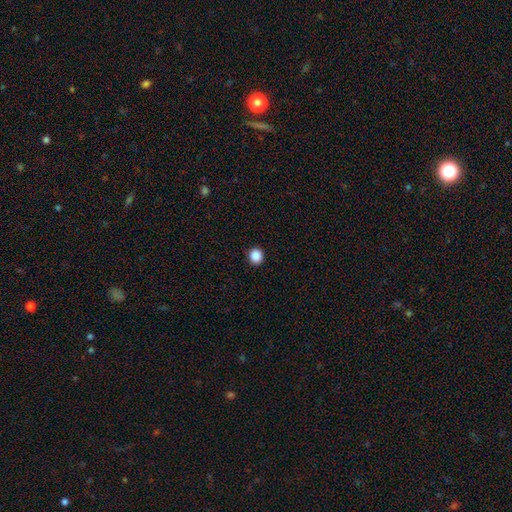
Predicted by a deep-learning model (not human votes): smooth-or-featured: smooth: 88% | star or artifact: 10% | featured or disk: 3%
  how-rounded: round: 89% | in between: 10% | cigar-shaped: 1%
  merging: none: 93% | minor disturbance: 5% | major disturbance: 2% | merger: 1%